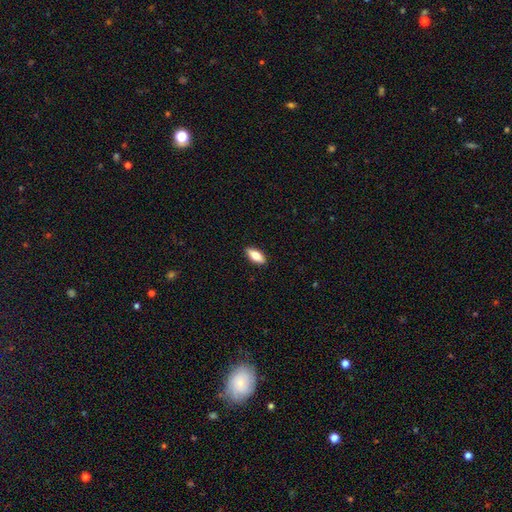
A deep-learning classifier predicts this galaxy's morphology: This appears to be a smooth galaxy with no disk features (75%) that is in between round and cigar-shaped (77%). Merging: none (90%).